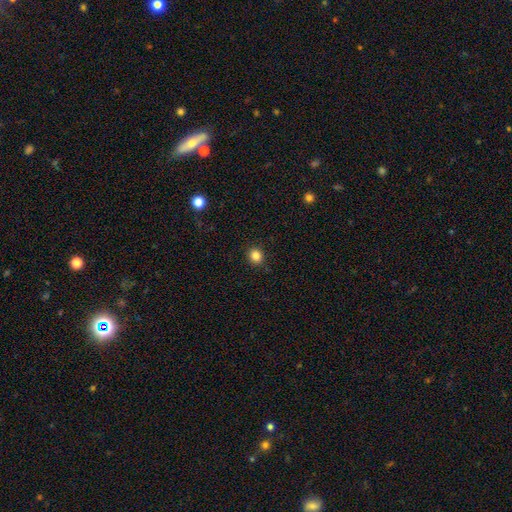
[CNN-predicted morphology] This appears to be a smooth galaxy with no disk features (84%) that is round (85%). Merging: none (91%).